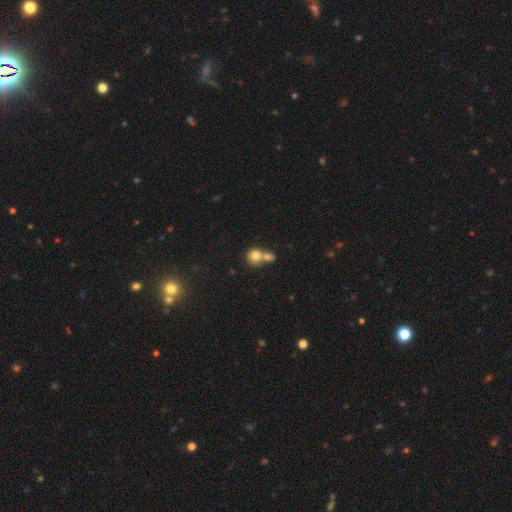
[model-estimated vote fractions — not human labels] smooth_or_featured: smooth (p=0.78) [alt: featured or disk p=0.12]
how_rounded: round (p=0.82) [alt: in between p=0.17]
merging: merger (p=0.57) [alt: none p=0.33]